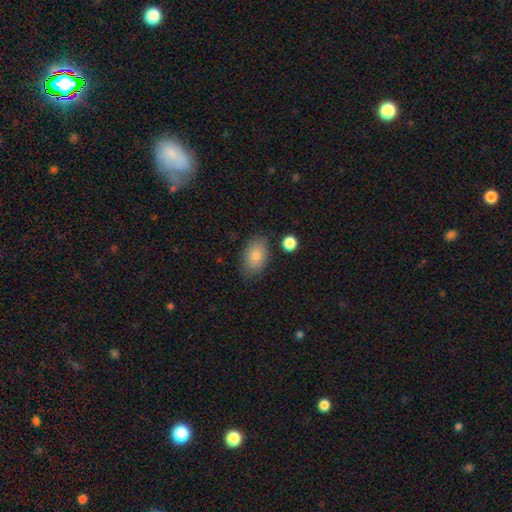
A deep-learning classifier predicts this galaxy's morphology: Q: Smooth or featured?
A: smooth (84%); runner-up: featured or disk (9%)
Q: How rounded?
A: in between (89%); runner-up: round (9%)
Q: Merging?
A: none (76%); runner-up: minor disturbance (16%)